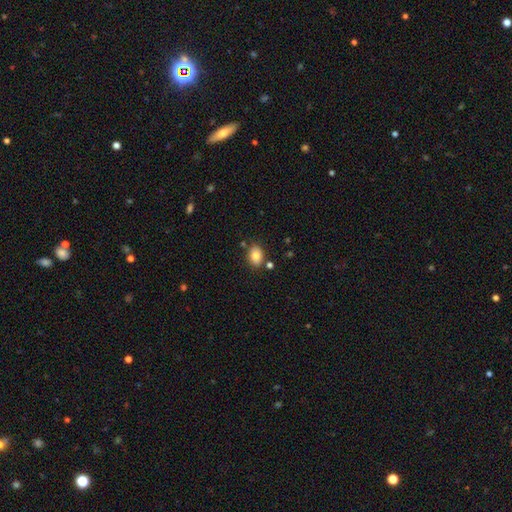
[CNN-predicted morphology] Smooth or featured?
  - smooth: 82% *
  - featured or disk: 9%
  - star or artifact: 9%
How rounded?
  - in between: 75% *
  - round: 24%
  - cigar-shaped: 1%
Merging?
  - none: 80% *
  - minor disturbance: 11%
  - merger: 6%
  - major disturbance: 3%